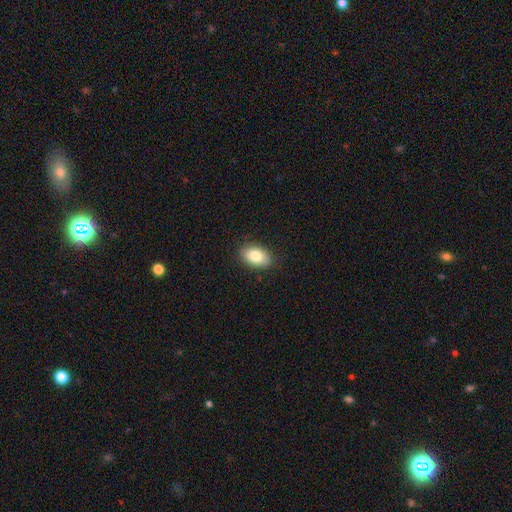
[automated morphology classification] type=smooth (83%); roundness=in between (90%); merging=none (87%).